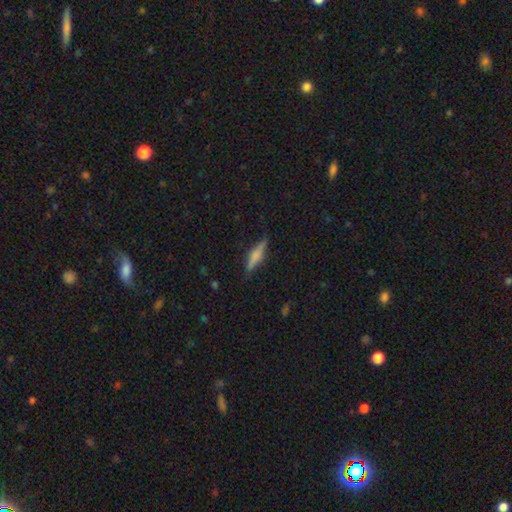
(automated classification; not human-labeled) Morphology: type=smooth (51%); roundness=cigar-shaped (74%); merging=none (80%).